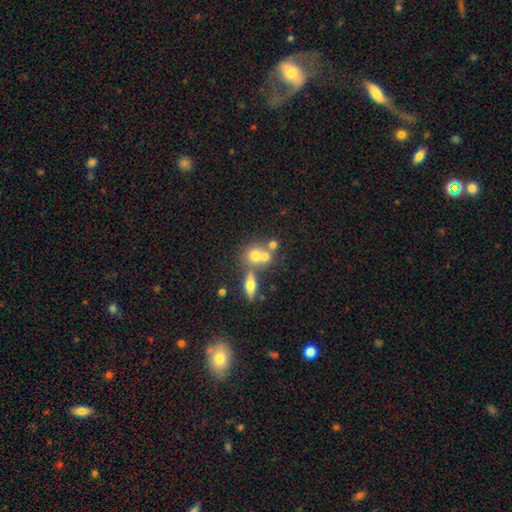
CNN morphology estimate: Smooth or featured? Predicted: smooth (p=0.61). How rounded? Predicted: round (p=0.70). Merging? Predicted: merger (p=0.50).